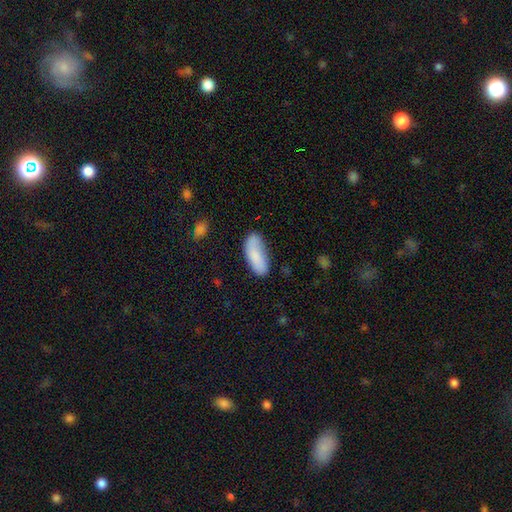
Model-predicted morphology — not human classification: A smooth galaxy with no disk features (83%) that is in between round and cigar-shaped (79%).

Vote fractions:
- Smooth or featured? smooth: 83% / featured or disk: 10% / star or artifact: 7%
- How rounded? in between: 79% / cigar-shaped: 19% / round: 2%
- Merging? none: 64% / minor disturbance: 24% / major disturbance: 7% / merger: 5%